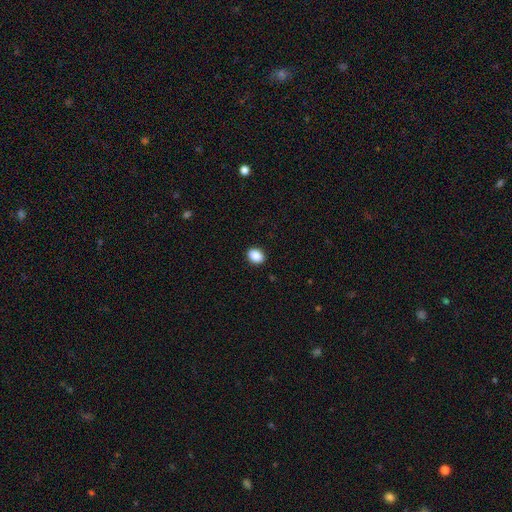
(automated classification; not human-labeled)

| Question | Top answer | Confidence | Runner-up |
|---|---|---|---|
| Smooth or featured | smooth | 89% | star or artifact (8%) |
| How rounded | in between | 67% | round (32%) |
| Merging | none | 91% | minor disturbance (6%) |